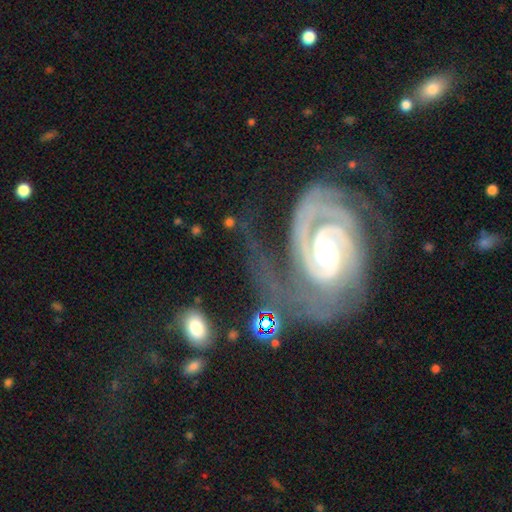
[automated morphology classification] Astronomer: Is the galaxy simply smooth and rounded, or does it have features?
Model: featured or disk — 90%.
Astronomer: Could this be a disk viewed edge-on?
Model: no — 97%.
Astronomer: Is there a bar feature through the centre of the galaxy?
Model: no — 55%.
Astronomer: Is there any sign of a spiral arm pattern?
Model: yes — 98%.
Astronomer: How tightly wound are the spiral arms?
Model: tight — 74%.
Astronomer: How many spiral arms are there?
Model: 2 — 57%.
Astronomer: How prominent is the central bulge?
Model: small — 64%.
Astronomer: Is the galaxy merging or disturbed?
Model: none — 46% (runner-up: major disturbance, 23%).